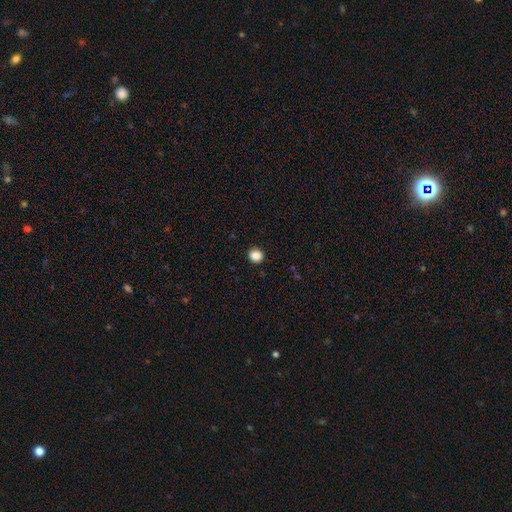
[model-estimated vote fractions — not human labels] Smooth or featured? smooth (87%)
How rounded? round (86%)
Merging? none (92%)